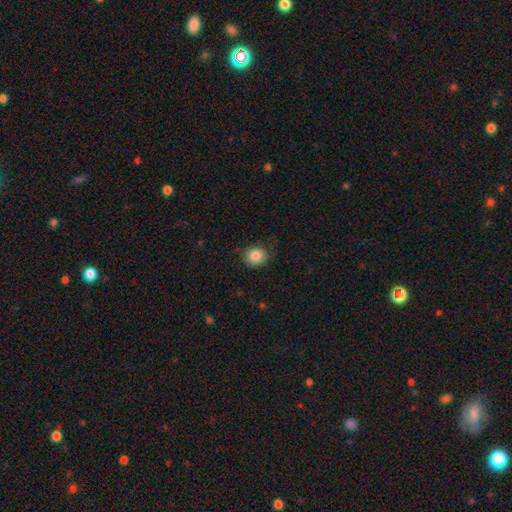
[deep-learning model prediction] Smooth or featured? Predicted: smooth (p=0.85). How rounded? Predicted: round (p=0.78). Merging? Predicted: none (p=0.82).